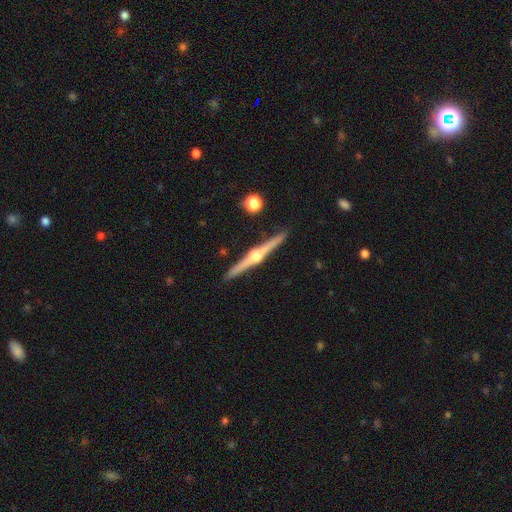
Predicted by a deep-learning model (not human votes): Morphology: type=featured or disk (87%); edge-on=yes (99%); edge-on bulge=rounded (95%); merging=none (92%).